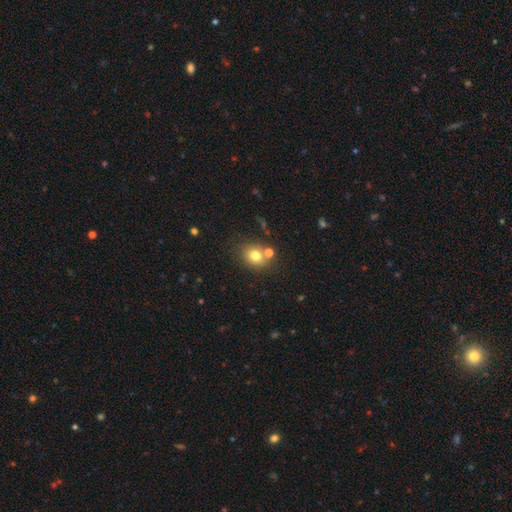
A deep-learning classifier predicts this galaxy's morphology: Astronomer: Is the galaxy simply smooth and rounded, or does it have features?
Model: smooth — 76%.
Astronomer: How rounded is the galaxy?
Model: round — 60% (runner-up: in between, 39%).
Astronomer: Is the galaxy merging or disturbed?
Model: none — 66%.